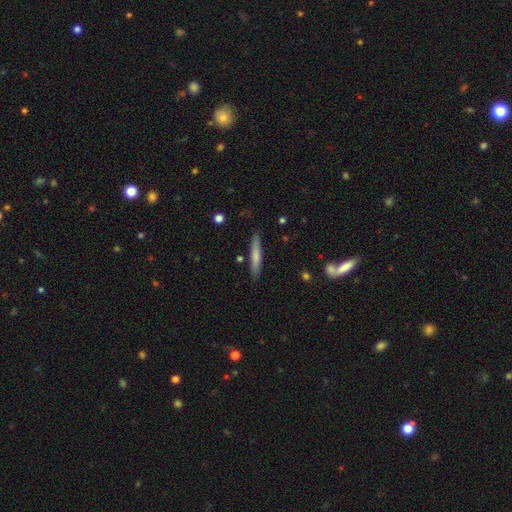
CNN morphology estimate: This appears to be a smooth galaxy with no disk features (68%) that is cigar-shaped (93%). Merging: none (87%).